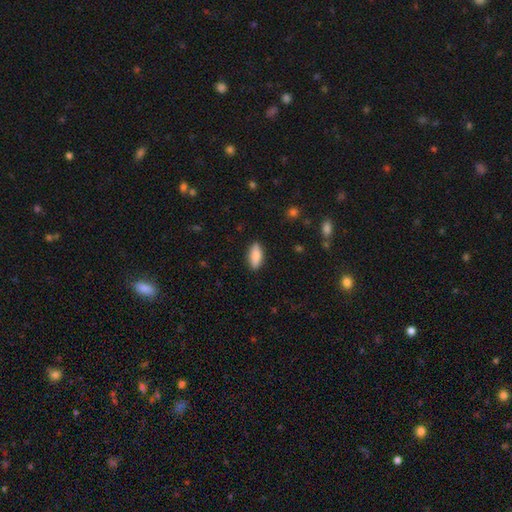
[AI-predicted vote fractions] Morphology: type=smooth (84%); roundness=in between (77%); merging=none (88%).